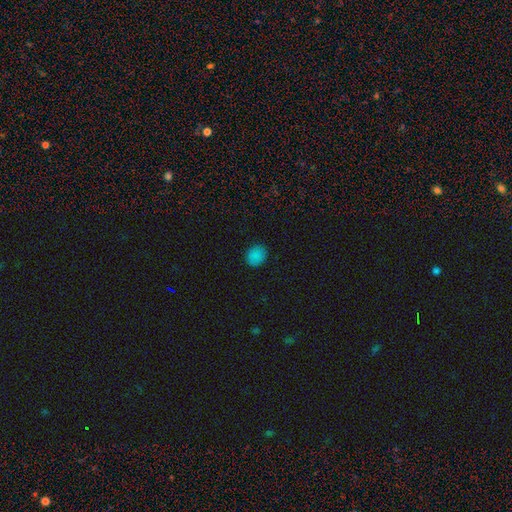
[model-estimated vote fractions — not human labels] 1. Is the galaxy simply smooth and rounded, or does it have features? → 83% smooth, 13% star or artifact, 3% featured or disk.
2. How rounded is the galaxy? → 61% round, 38% in between, 1% cigar-shaped.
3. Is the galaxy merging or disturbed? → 88% none, 9% minor disturbance, 2% major disturbance, 1% merger.